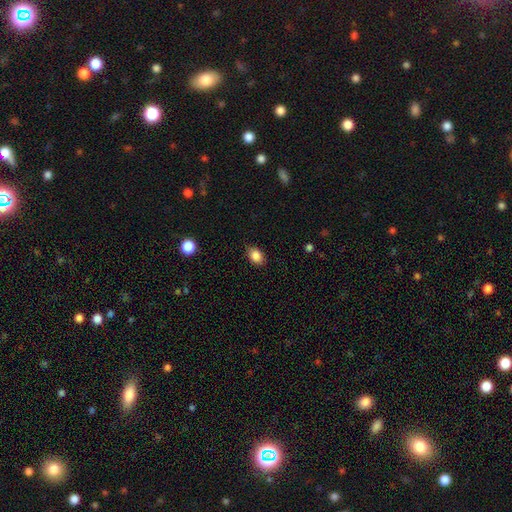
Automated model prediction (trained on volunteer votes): This appears to be a smooth galaxy with no disk features (86%) that is in between round and cigar-shaped (75%). Merging: none (82%).